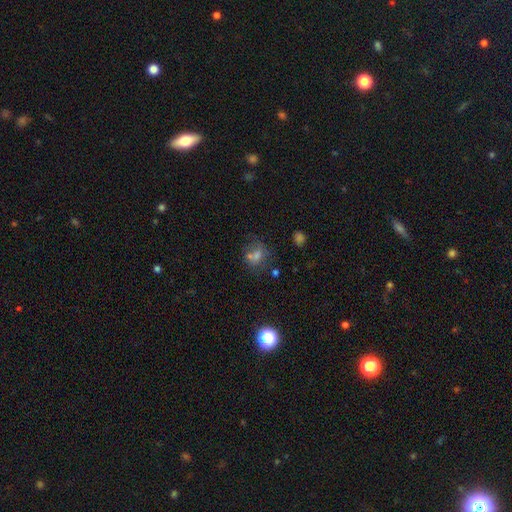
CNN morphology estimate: A smooth galaxy with no disk features (61%) that is round (56%).

Vote fractions:
- Smooth or featured? smooth: 61% / star or artifact: 20% / featured or disk: 20%
- How rounded? round: 56% / in between: 42% / cigar-shaped: 2%
- Merging? none: 47% / merger: 27% / minor disturbance: 16% / major disturbance: 10%